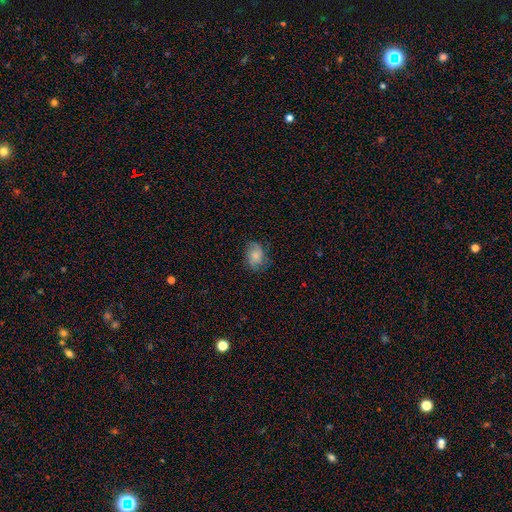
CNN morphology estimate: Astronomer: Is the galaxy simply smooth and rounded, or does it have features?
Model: smooth — 61%.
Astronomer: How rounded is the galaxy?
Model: in between — 54% (runner-up: round, 45%).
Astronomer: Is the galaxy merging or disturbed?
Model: none — 68%.